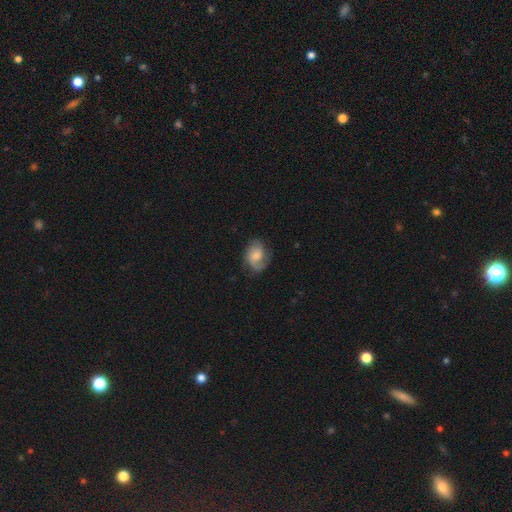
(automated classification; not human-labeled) Smooth or featured: featured or disk — 56% (smooth — 36%)
Edge-on disk: no — 97% (yes — 3%)
Bar: no — 61% (weak — 34%)
Spiral arms: yes — 91% (no — 9%)
Bulge size: moderate — 44% (small — 31%)
Merging: none — 67% (minor disturbance — 22%)